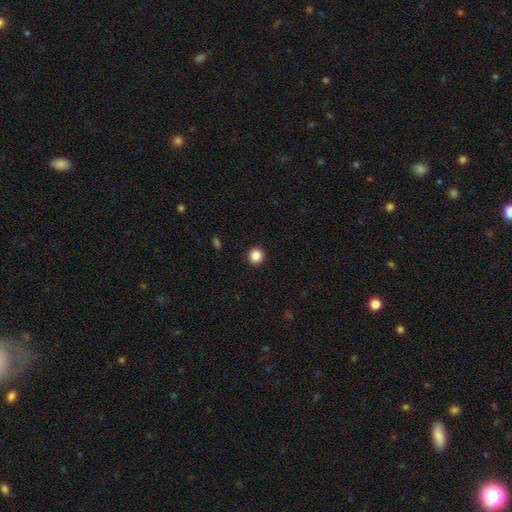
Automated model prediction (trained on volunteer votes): This appears to be a smooth galaxy with no disk features (86%) that is round (96%). Merging: none (94%).